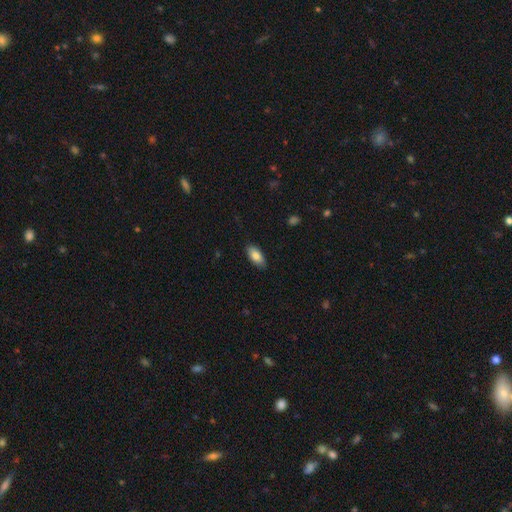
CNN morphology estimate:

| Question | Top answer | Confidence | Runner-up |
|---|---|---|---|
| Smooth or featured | smooth | 84% | featured or disk (10%) |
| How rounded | in between | 90% | cigar-shaped (8%) |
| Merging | none | 86% | minor disturbance (11%) |